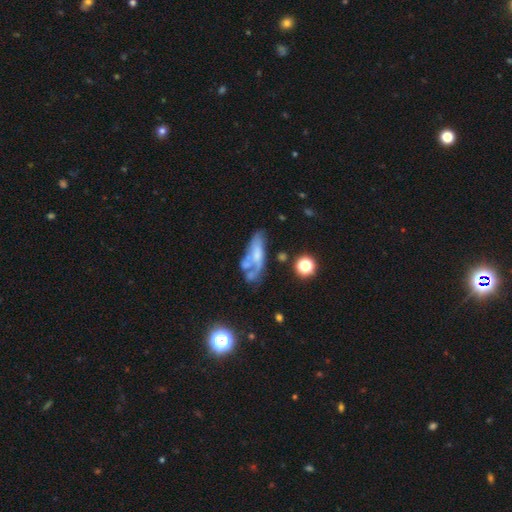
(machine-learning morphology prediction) A featured or disk galaxy (53%).

Vote fractions:
- Smooth or featured? featured or disk: 53% / smooth: 34% / star or artifact: 13%
- Edge-on disk? no: 83% / yes: 17%
- Merging? none: 30% / major disturbance: 26% / merger: 23% / minor disturbance: 21%